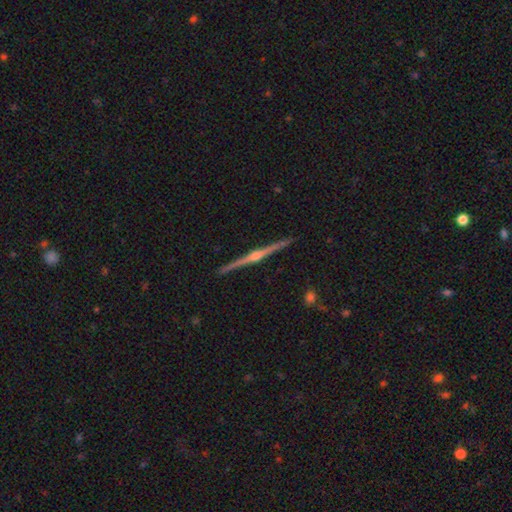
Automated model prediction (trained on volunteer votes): Smooth or featured? featured or disk (89%)
Edge-on disk? yes (99%)
Edge-on bulge? rounded (93%)
Merging? none (94%)